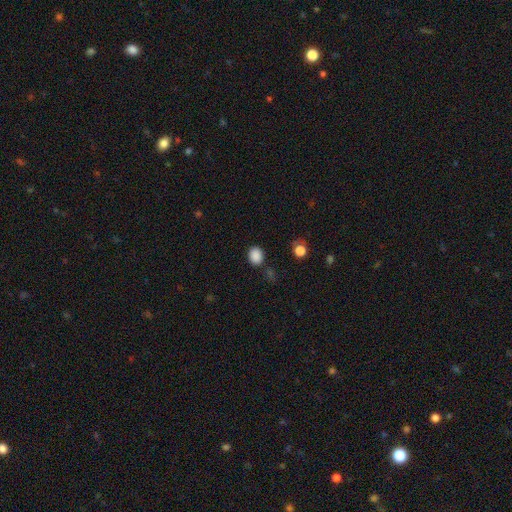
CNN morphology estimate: smooth 86%, star or artifact 11%, featured or disk 3%. Down the decision tree: how rounded — round (55%); merging — none (82%).